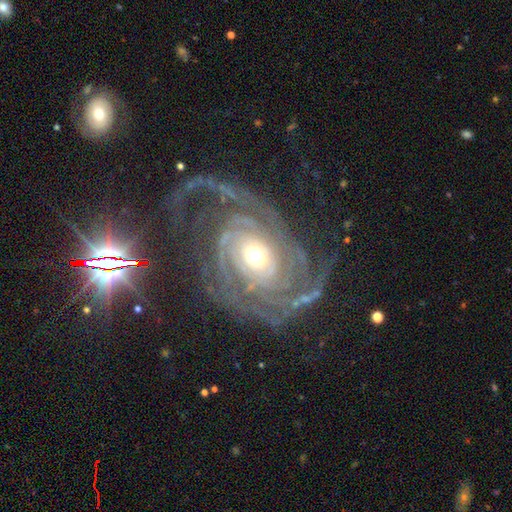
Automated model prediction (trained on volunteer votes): Smooth or featured? featured or disk (91%)
Edge-on disk? no (96%)
Bar? no (76%)
Spiral arms? yes (97%)
Spiral winding? tight (73%)
Spiral arm count? can't tell (23%)
Bulge size? moderate (66%)
Merging? none (66%)